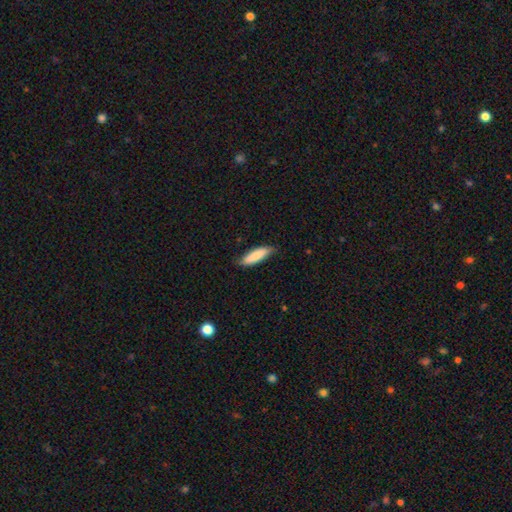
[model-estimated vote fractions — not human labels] smooth-or-featured: smooth: 81% | featured or disk: 14% | star or artifact: 6%
  how-rounded: cigar-shaped: 56% | in between: 43% | round: 2%
  merging: none: 77% | minor disturbance: 20% | major disturbance: 3% | merger: 1%